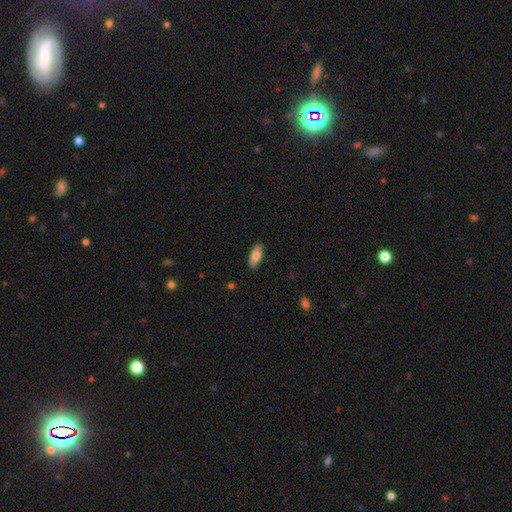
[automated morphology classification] Q: Smooth or featured?
A: smooth (80%); runner-up: featured or disk (14%)
Q: How rounded?
A: in between (82%); runner-up: cigar-shaped (16%)
Q: Merging?
A: none (88%); runner-up: minor disturbance (10%)